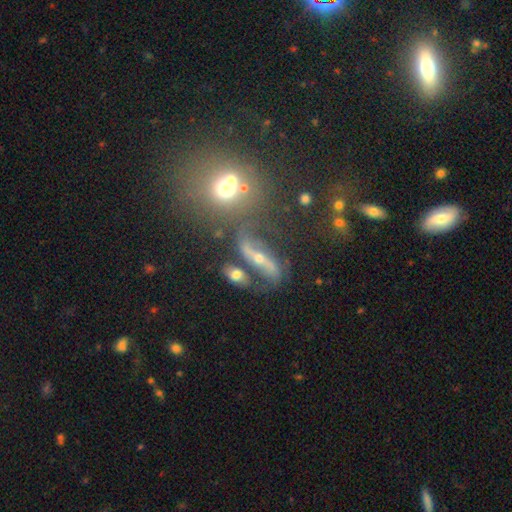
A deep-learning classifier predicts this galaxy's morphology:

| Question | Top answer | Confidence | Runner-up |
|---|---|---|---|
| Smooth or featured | featured or disk | 48% | smooth (28%) |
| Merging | none | 48% | merger (23%) |